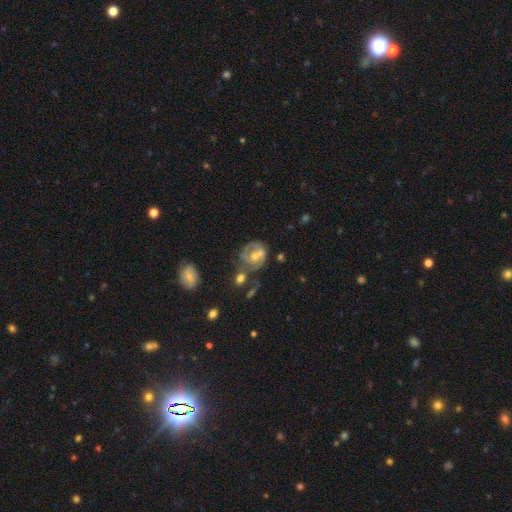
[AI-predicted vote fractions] Smooth or featured: featured or disk — 61% (smooth — 32%)
Edge-on disk: no — 97% (yes — 3%)
Bar: no — 61% (weak — 30%)
Spiral arms: yes — 55% (no — 45%)
Bulge size: moderate — 53% (small — 36%)
Merging: none — 35% (merger — 24%)